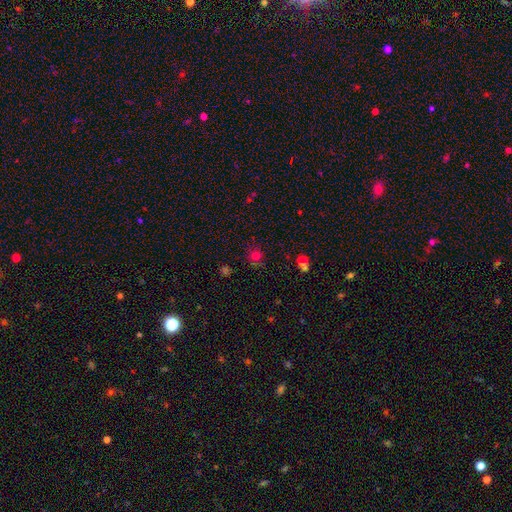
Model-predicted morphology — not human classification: smooth 66%, star or artifact 23%, featured or disk 11%. Down the decision tree: how rounded — round (83%); merging — none (73%).